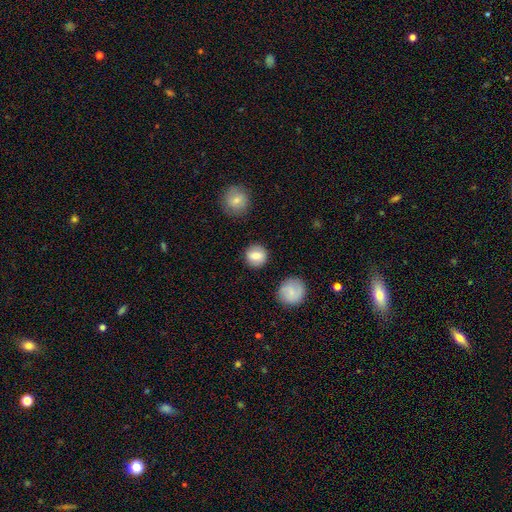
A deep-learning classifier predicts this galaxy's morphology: Smooth or featured? Predicted: smooth (p=0.77). How rounded? Predicted: round (p=0.87). Merging? Predicted: none (p=0.86).